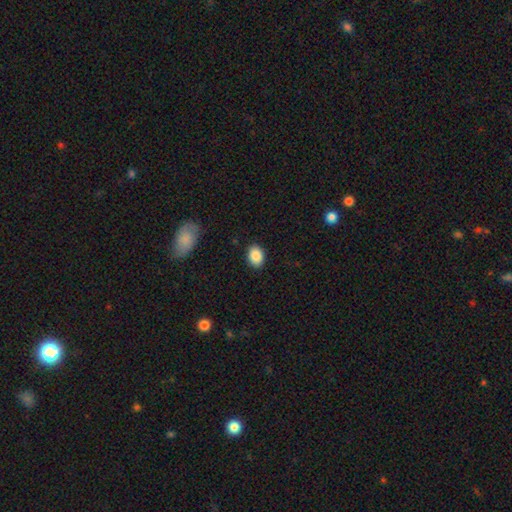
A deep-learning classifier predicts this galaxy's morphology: A smooth galaxy with no disk features (88%) that is in between round and cigar-shaped (75%). Merging: none (89%).